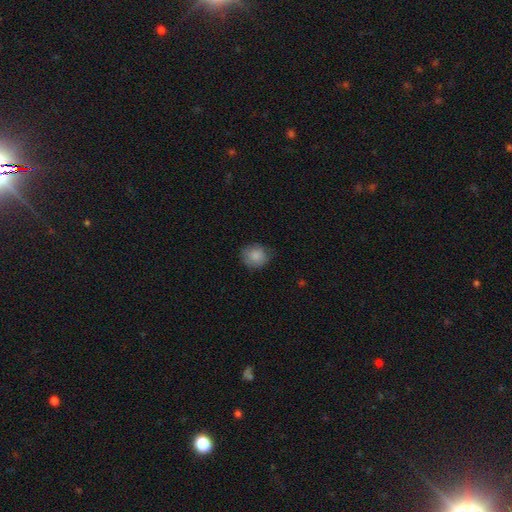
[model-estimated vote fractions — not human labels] Overall: smooth (85%). How rounded: round (85%). Merging: none (77%).